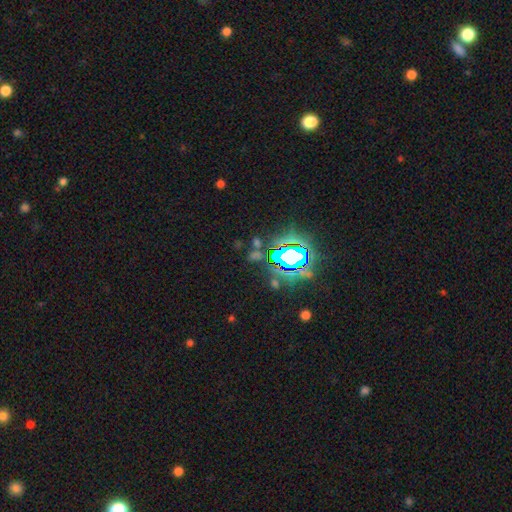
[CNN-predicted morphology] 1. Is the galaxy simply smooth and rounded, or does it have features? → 73% star or artifact, 16% smooth, 11% featured or disk.